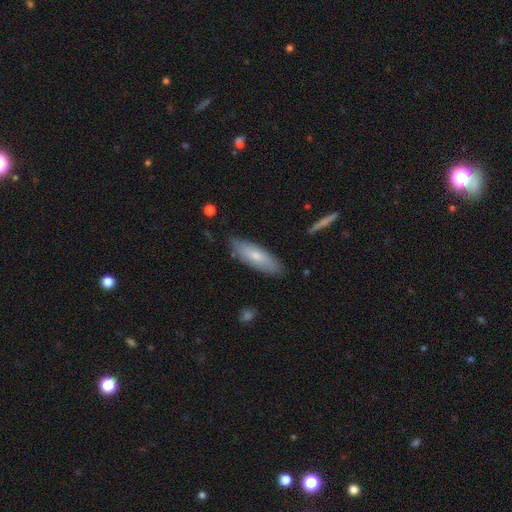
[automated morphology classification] type=smooth (66%); roundness=in between (53%); merging=none (80%).